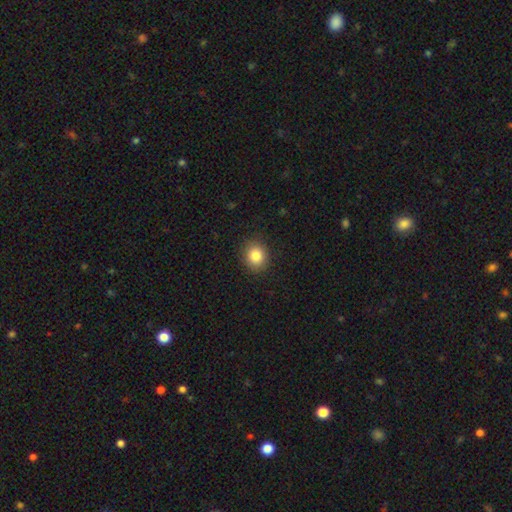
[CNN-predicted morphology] A smooth galaxy with no disk features (84%) that is round (73%).

Vote fractions:
- Smooth or featured? smooth: 84% / star or artifact: 10% / featured or disk: 6%
- How rounded? round: 73% / in between: 26% / cigar-shaped: 1%
- Merging? none: 89% / minor disturbance: 8% / major disturbance: 2% / merger: 1%